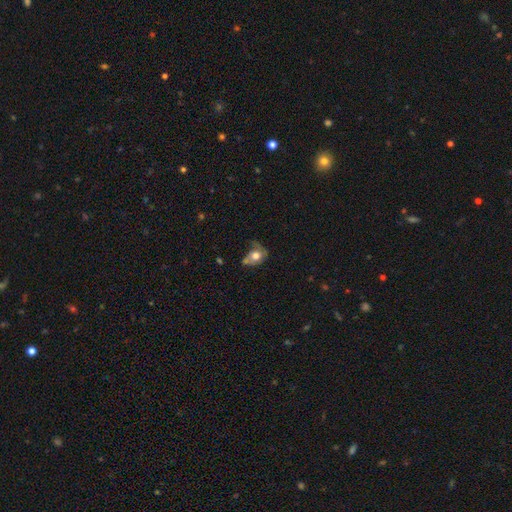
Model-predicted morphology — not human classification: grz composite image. It shows a smooth galaxy with no disk features (61%) that is in between round and cigar-shaped (53%). Merging: none (30%).